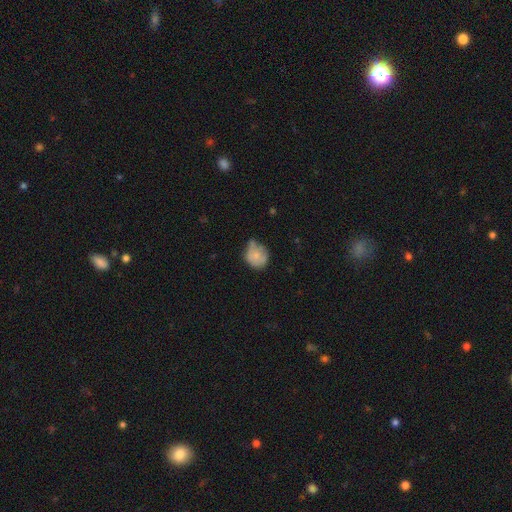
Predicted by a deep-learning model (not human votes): This is likely a smooth galaxy (71%). How rounded: likely round (76%). Merging: marginally minor disturbance (41%).